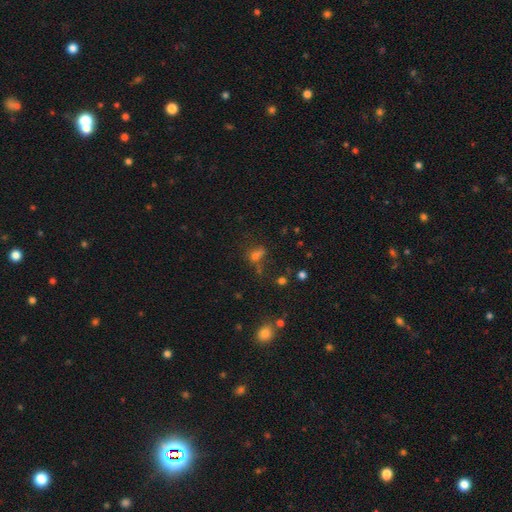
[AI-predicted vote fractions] Smooth or featured: smooth — 55% (star or artifact — 31%)
How rounded: in between — 54% (round — 38%)
Merging: none — 47% (minor disturbance — 19%)